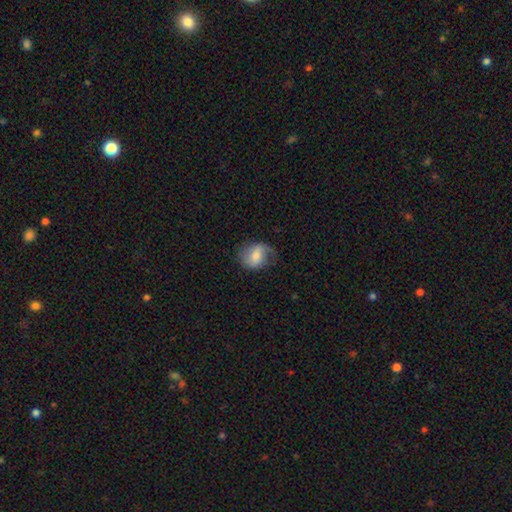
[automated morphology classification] Smooth or featured: smooth — 49% (featured or disk — 43%)
Merging: none — 54% (minor disturbance — 28%)